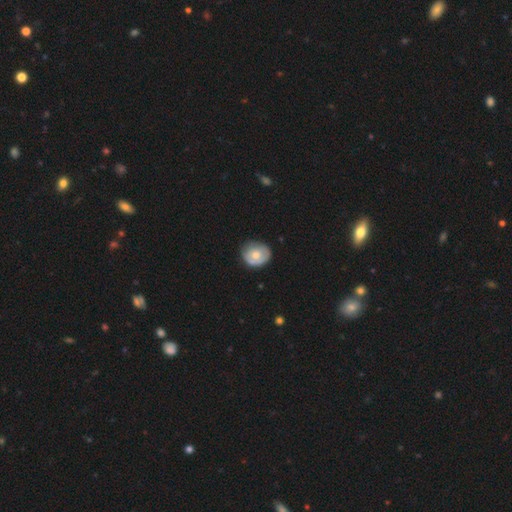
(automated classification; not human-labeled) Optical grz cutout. It shows a smooth galaxy with no disk features (60%) that is round (72%). Merging: none (67%).